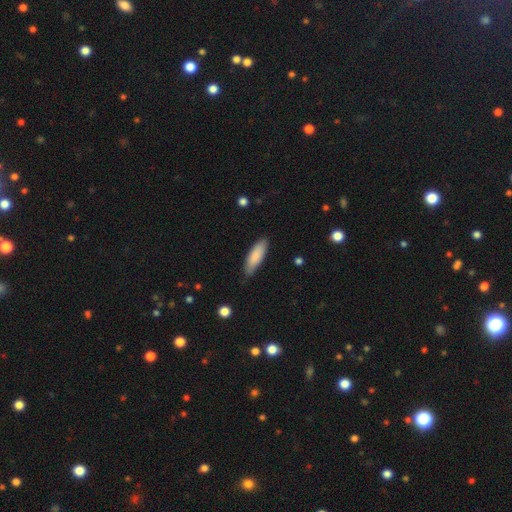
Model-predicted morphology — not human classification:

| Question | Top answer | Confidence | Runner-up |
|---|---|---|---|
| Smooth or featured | smooth | 86% | featured or disk (8%) |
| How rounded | in between | 54% | cigar-shaped (44%) |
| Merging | none | 80% | minor disturbance (16%) |